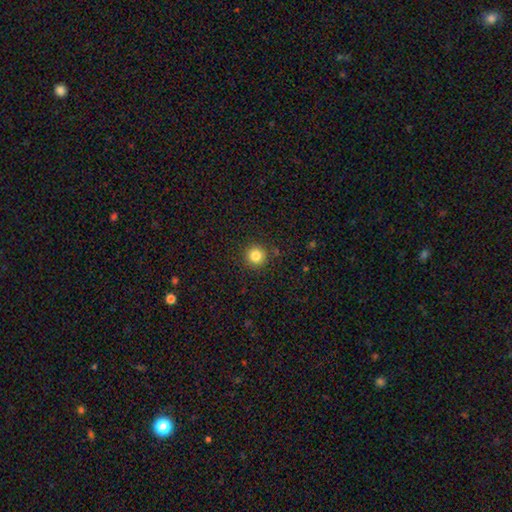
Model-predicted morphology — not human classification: Smooth or featured? smooth (83%)
How rounded? round (95%)
Merging? none (90%)